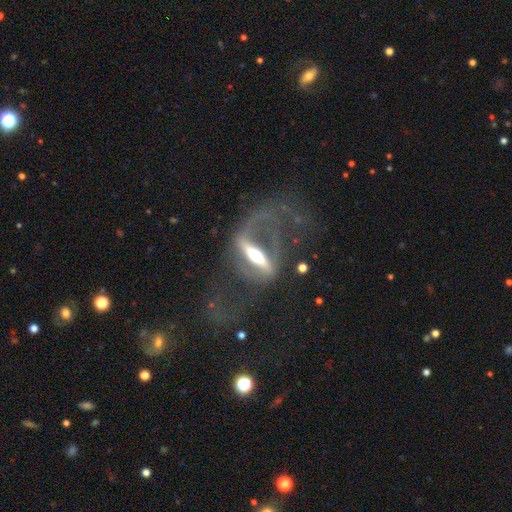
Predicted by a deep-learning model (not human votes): Smooth or featured?
  - featured or disk: 74% *
  - smooth: 19%
  - star or artifact: 6%
Edge-on disk?
  - yes: 50% * (tied)
  - no: 50% * (tied)
Merging?
  - major disturbance: 53% *
  - none: 30%
  - minor disturbance: 13%
  - merger: 4%